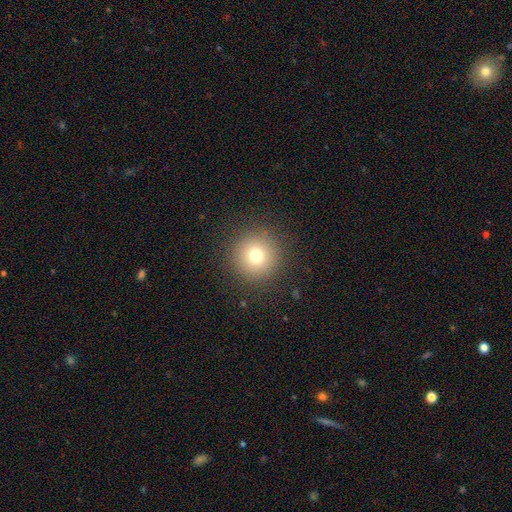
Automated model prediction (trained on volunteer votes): smooth_or_featured: smooth (p=0.75) [alt: star or artifact p=0.15]
how_rounded: round (p=0.96) [alt: in between p=0.03]
merging: none (p=0.90) [alt: minor disturbance p=0.06]